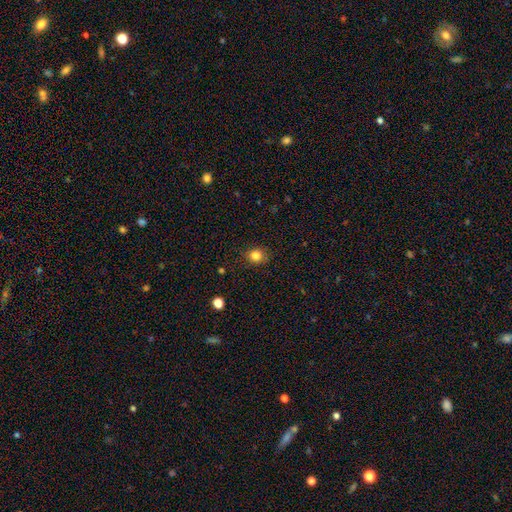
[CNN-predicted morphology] This is clearly a smooth galaxy (83%). How rounded: likely round (79%). Merging: clearly none (87%).